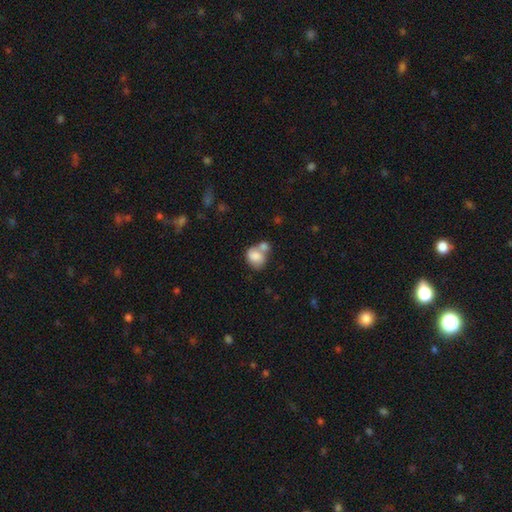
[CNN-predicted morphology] type=smooth (76%); roundness=in between (54%); merging=merger (55%).